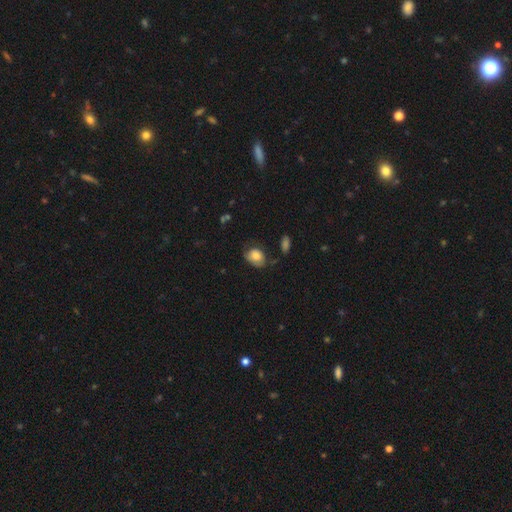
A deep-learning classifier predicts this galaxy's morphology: smooth_or_featured: smooth (p=0.76) [alt: featured or disk p=0.16]
how_rounded: in between (p=0.65) [alt: round p=0.34]
merging: none (p=0.53) [alt: minor disturbance p=0.32]